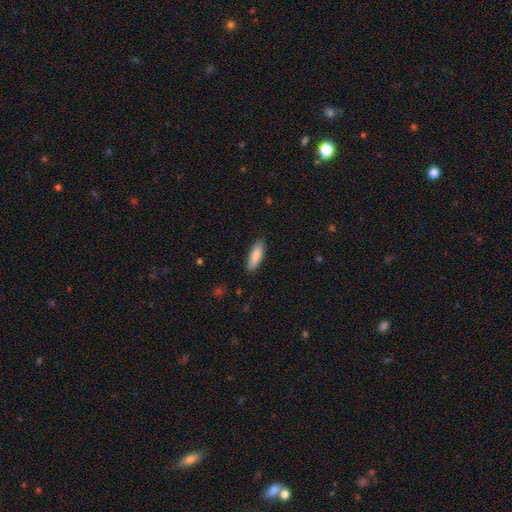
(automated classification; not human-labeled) This is clearly a smooth galaxy (87%). How rounded: possibly in between (56%). Merging: clearly none (87%).